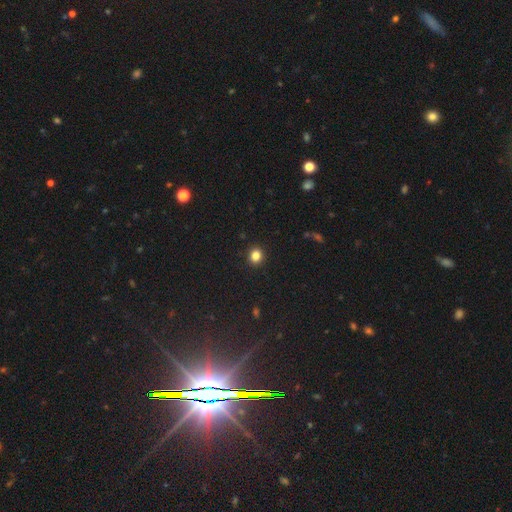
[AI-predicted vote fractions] smooth-or-featured: smooth: 84% | star or artifact: 12% | featured or disk: 4%
  how-rounded: round: 80% | in between: 19% | cigar-shaped: 1%
  merging: none: 92% | minor disturbance: 5% | major disturbance: 2% | merger: 1%